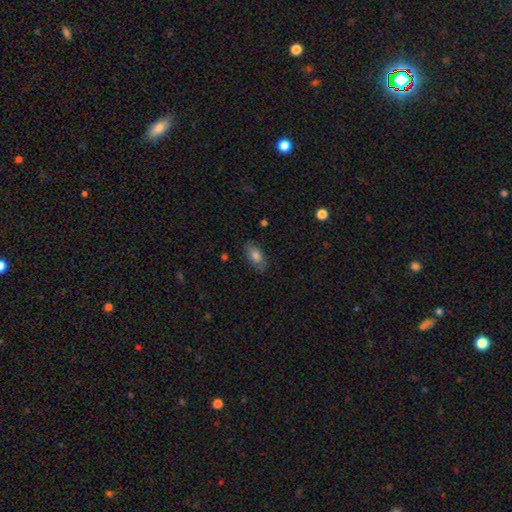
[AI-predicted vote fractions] Q: Smooth or featured?
A: smooth (81%); runner-up: featured or disk (12%)
Q: How rounded?
A: in between (90%); runner-up: round (5%)
Q: Merging?
A: none (83%); runner-up: minor disturbance (13%)